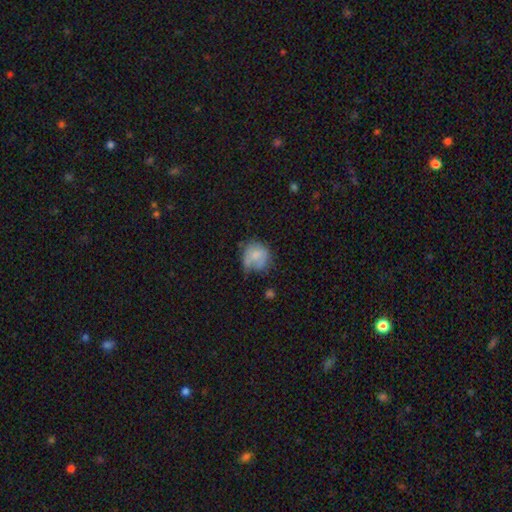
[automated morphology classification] A smooth galaxy with no disk features (60%) that is round (74%).

Vote fractions:
- Smooth or featured? smooth: 60% / featured or disk: 31% / star or artifact: 9%
- How rounded? round: 74% / in between: 25% / cigar-shaped: 1%
- Merging? none: 41% / minor disturbance: 33% / major disturbance: 21% / merger: 5%